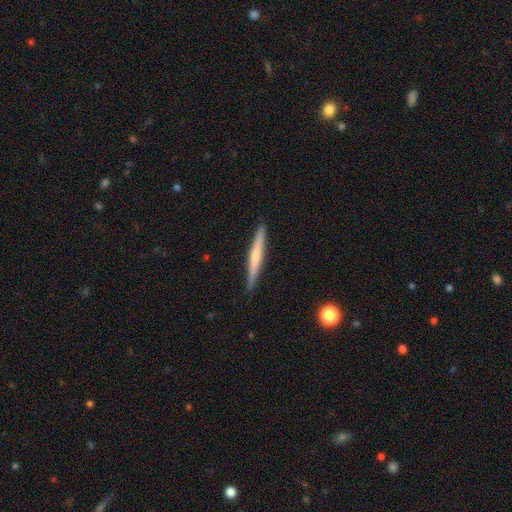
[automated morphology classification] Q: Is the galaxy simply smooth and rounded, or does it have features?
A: featured or disk — 48%.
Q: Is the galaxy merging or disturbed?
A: none — 91%.